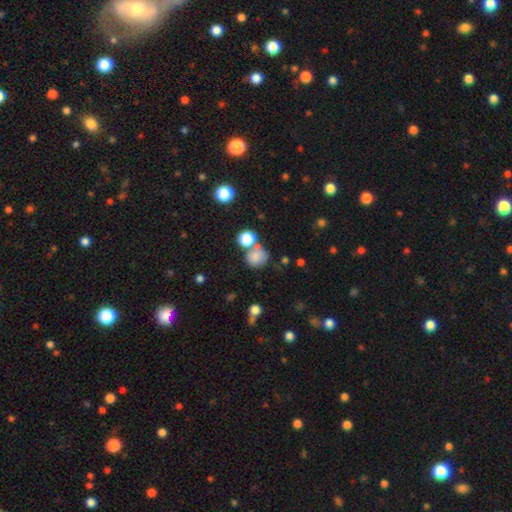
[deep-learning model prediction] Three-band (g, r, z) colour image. It shows a smooth galaxy with no disk features (79%) that is round (82%). Merging: none (50%).